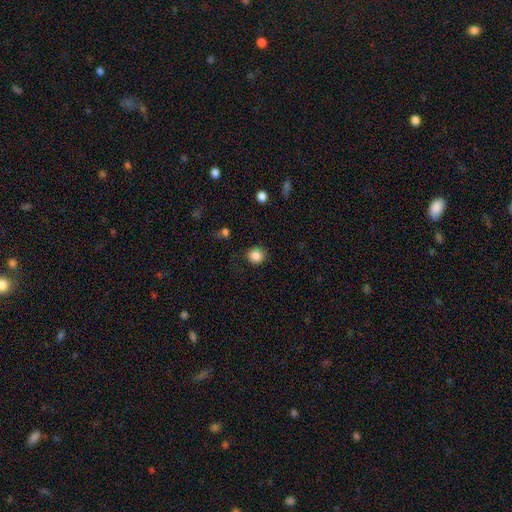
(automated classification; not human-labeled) Smooth or featured? Predicted: smooth (p=0.85). How rounded? Predicted: round (p=0.87). Merging? Predicted: none (p=0.83).